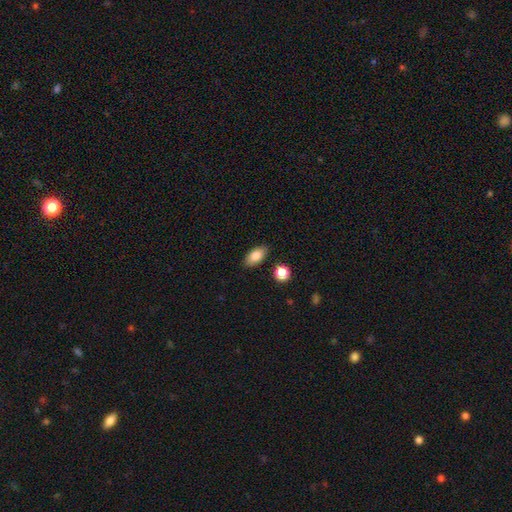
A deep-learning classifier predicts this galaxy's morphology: type=smooth (84%); roundness=in between (90%); merging=none (85%).